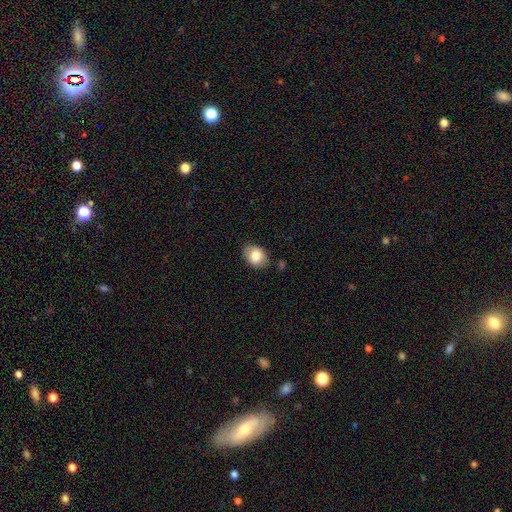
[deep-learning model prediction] Q: Smooth or featured?
A: smooth (81%); runner-up: featured or disk (11%)
Q: How rounded?
A: in between (74%); runner-up: round (25%)
Q: Merging?
A: none (79%); runner-up: minor disturbance (16%)